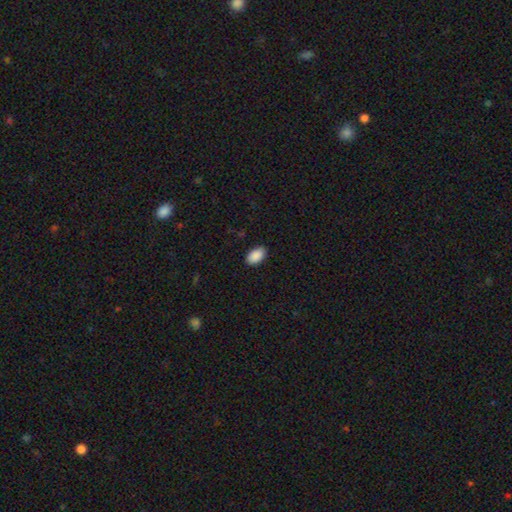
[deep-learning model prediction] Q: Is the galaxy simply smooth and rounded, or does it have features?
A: smooth — 90%.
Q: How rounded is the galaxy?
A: in between — 94%.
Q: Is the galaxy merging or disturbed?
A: none — 89%.